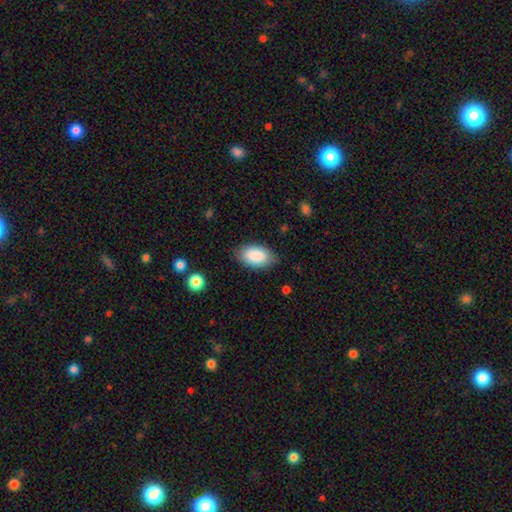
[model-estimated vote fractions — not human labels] Smooth or featured? Predicted: smooth (p=0.88). How rounded? Predicted: in between (p=0.94). Merging? Predicted: none (p=0.82).